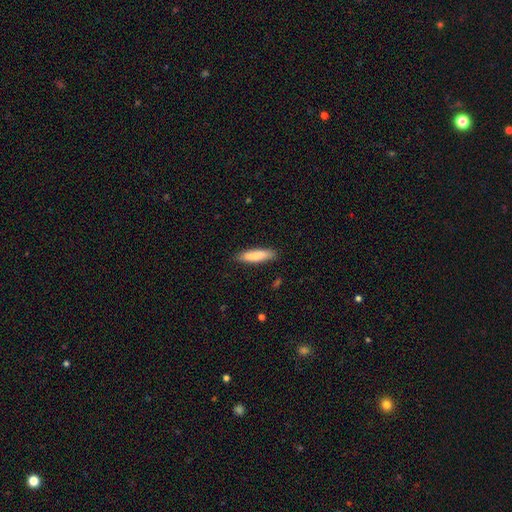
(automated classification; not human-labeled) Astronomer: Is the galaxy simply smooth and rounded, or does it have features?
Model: smooth — 84%.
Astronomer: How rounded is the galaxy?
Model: cigar-shaped — 75%.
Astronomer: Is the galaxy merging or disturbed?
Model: none — 85%.